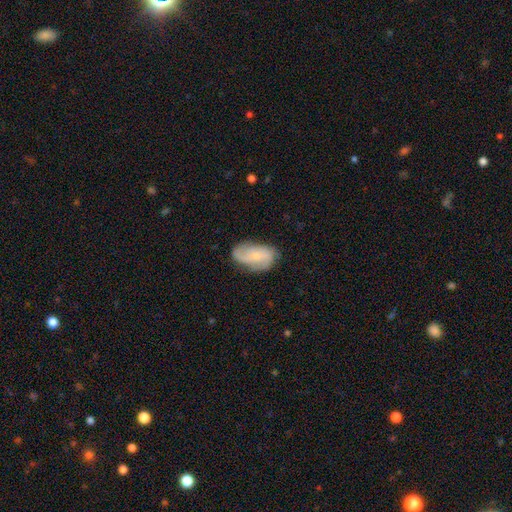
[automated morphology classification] Smooth or featured? featured or disk (66%)
Edge-on disk? no (96%)
Bar? no (64%)
Spiral arms? yes (93%)
Spiral winding? medium (45%)
Spiral arm count? 2 (51%)
Bulge size? small (64%)
Merging? none (70%)